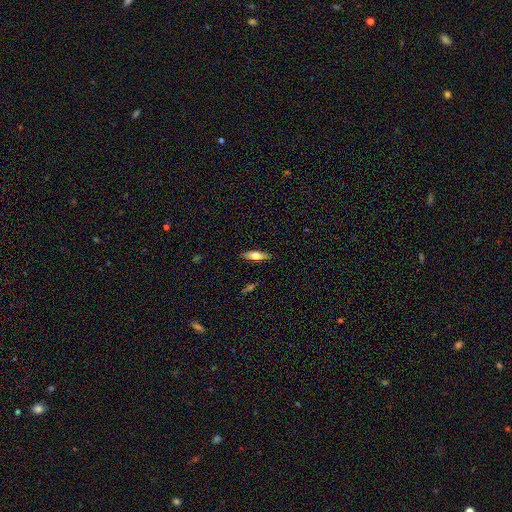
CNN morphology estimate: smooth_or_featured: smooth (p=0.56) [alt: featured or disk p=0.36]
how_rounded: cigar-shaped (p=0.58) [alt: in between p=0.39]
merging: none (p=0.87) [alt: minor disturbance p=0.09]